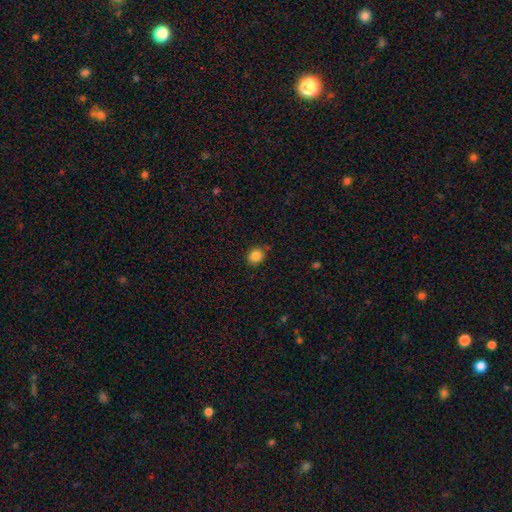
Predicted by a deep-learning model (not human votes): Smooth or featured? Predicted: smooth (p=0.85). How rounded? Predicted: round (p=0.79). Merging? Predicted: none (p=0.82).